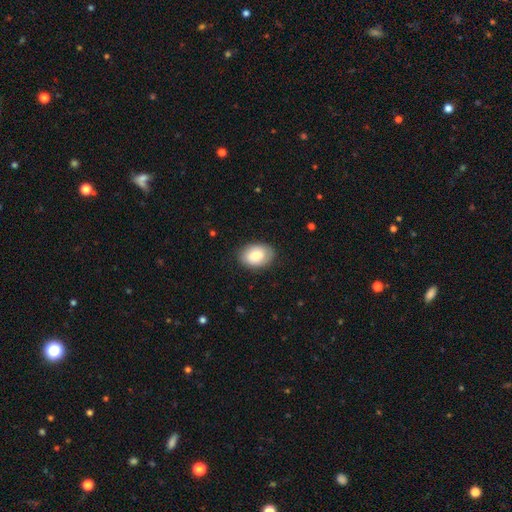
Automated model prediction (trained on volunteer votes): Smooth or featured?
  - smooth: 80% *
  - featured or disk: 13%
  - star or artifact: 6%
How rounded?
  - in between: 82% *
  - round: 17%
  - cigar-shaped: 1%
Merging?
  - none: 84% *
  - minor disturbance: 12%
  - major disturbance: 3%
  - merger: 1%